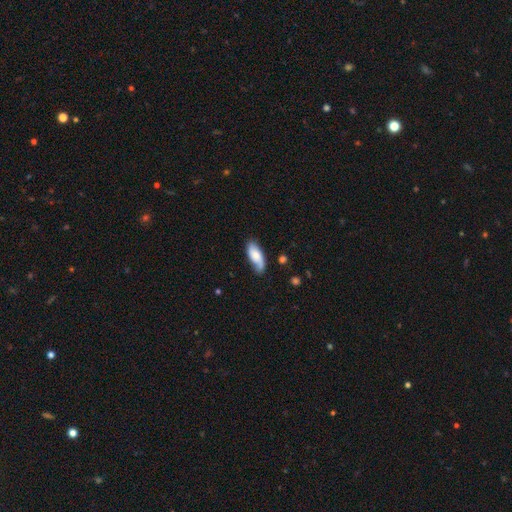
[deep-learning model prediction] A smooth galaxy with no disk features (63%) that is in between round and cigar-shaped (82%).

Vote fractions:
- Smooth or featured? smooth: 63% / featured or disk: 30% / star or artifact: 6%
- How rounded? in between: 82% / cigar-shaped: 16% / round: 2%
- Merging? none: 67% / minor disturbance: 25% / major disturbance: 6% / merger: 3%